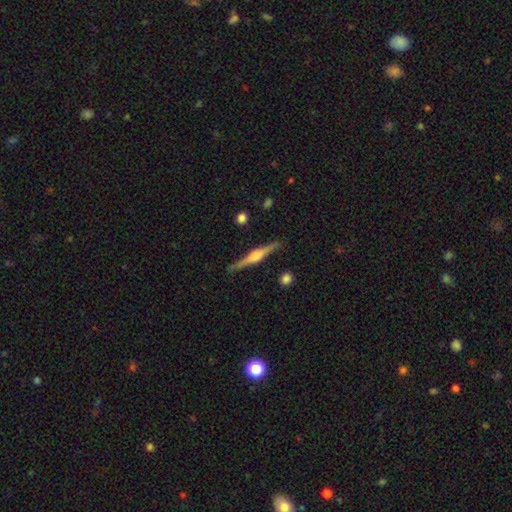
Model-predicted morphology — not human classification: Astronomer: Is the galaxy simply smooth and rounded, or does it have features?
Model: featured or disk — 78%.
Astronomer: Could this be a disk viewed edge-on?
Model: yes — 98%.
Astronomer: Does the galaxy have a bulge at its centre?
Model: rounded — 84%.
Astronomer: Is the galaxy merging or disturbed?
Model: none — 89%.